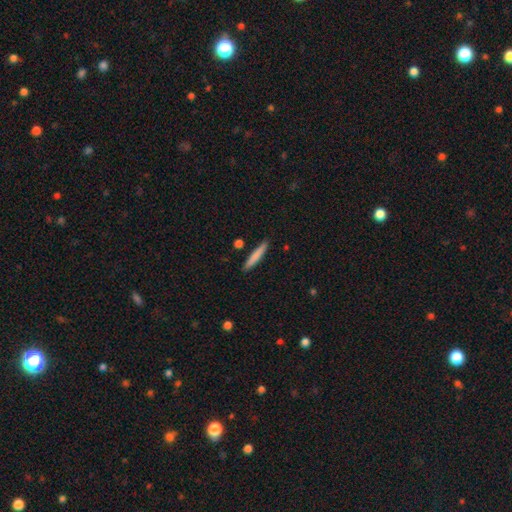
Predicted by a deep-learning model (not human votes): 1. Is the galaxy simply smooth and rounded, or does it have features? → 79% smooth, 15% featured or disk, 6% star or artifact.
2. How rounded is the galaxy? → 94% cigar-shaped, 5% in between, 1% round.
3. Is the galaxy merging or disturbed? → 89% none, 7% minor disturbance, 2% merger, 2% major disturbance.